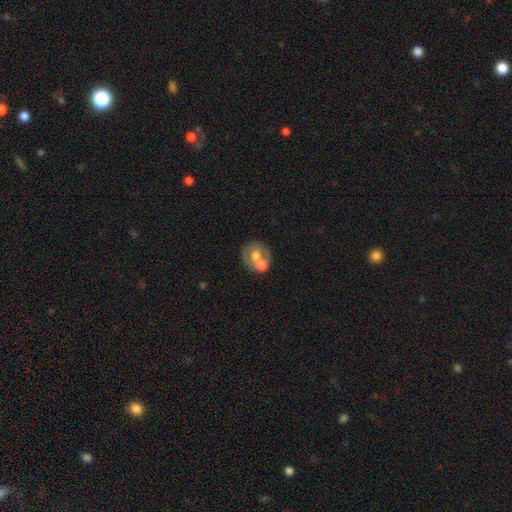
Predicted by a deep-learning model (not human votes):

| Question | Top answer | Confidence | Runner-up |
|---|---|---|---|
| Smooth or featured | smooth | 53% | featured or disk (40%) |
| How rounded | round | 64% | in between (36%) |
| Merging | merger | 57% | none (28%) |